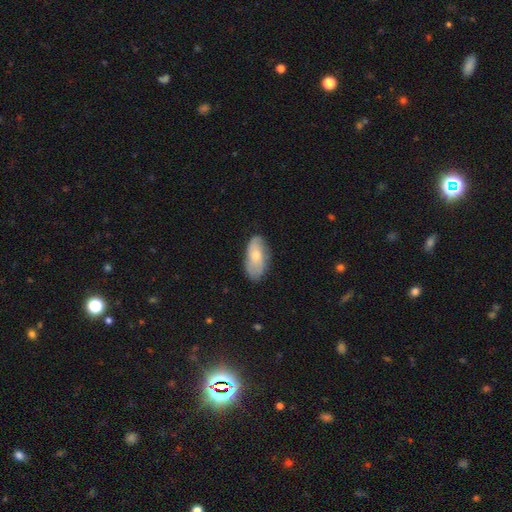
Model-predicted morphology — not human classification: Q: Smooth or featured?
A: smooth (59%); runner-up: featured or disk (35%)
Q: How rounded?
A: in between (92%); runner-up: cigar-shaped (5%)
Q: Merging?
A: none (72%); runner-up: minor disturbance (21%)